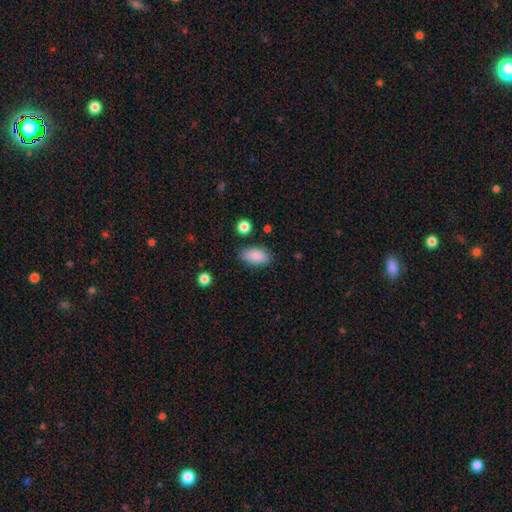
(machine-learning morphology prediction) This appears to be a smooth galaxy with no disk features (88%) that is in between round and cigar-shaped (92%). Merging: none (80%).